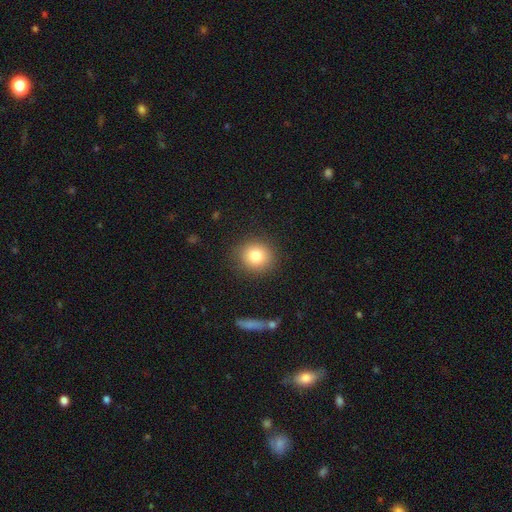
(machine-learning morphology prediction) Q: Smooth or featured?
A: smooth (81%); runner-up: star or artifact (10%)
Q: How rounded?
A: round (86%); runner-up: in between (13%)
Q: Merging?
A: none (88%); runner-up: minor disturbance (8%)